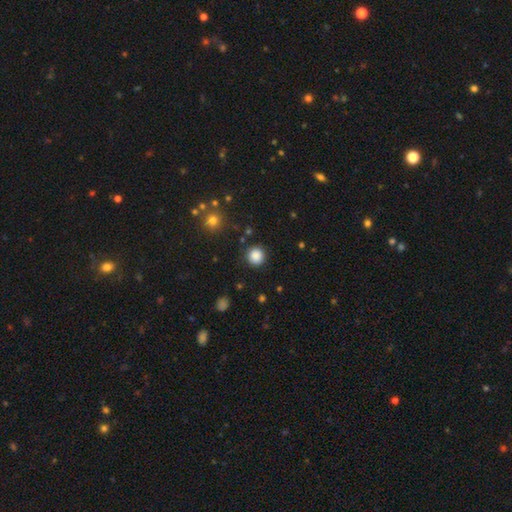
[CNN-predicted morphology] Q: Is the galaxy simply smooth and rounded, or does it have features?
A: smooth — 86%.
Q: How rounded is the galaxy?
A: round — 93%.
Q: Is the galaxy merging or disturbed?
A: none — 89%.